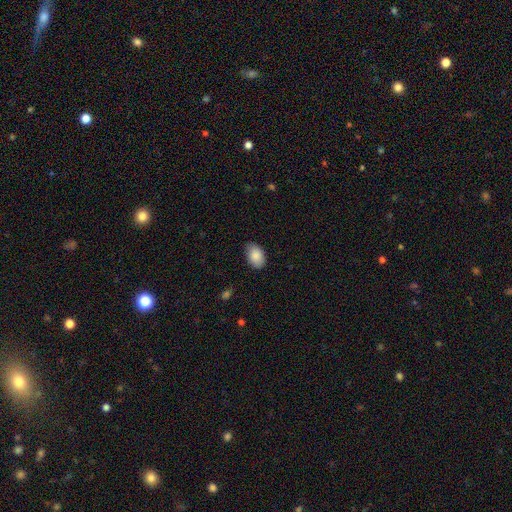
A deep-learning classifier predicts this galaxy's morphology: Smooth or featured? smooth (88%)
How rounded? in between (89%)
Merging? none (80%)